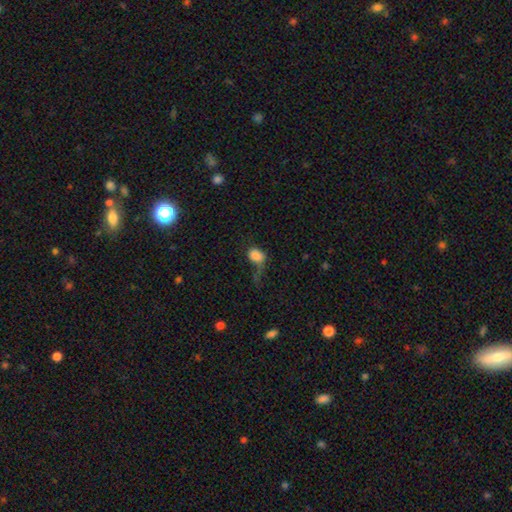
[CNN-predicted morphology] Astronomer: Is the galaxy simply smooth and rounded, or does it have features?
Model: smooth — 81%.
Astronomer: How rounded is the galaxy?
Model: in between — 69%.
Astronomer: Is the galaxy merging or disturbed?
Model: major disturbance — 40% (runner-up: none, 27%).